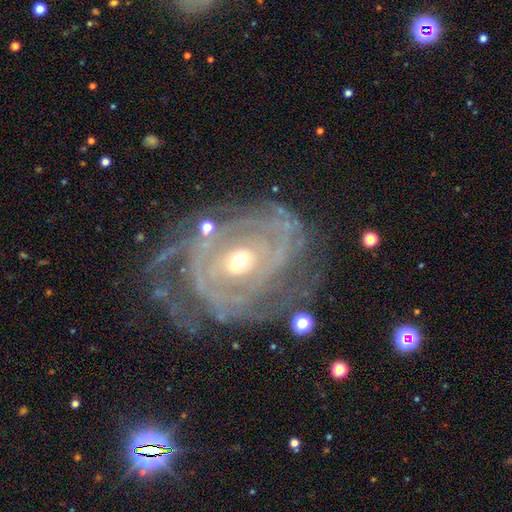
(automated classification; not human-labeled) Smooth or featured: featured or disk — 89% (star or artifact — 7%)
Edge-on disk: no — 97% (yes — 3%)
Bar: no — 43% (weak — 36%)
Spiral arms: yes — 96% (no — 4%)
Spiral winding: tight — 73% (medium — 22%)
Spiral arm count: can't tell — 29% (3 — 19%)
Bulge size: moderate — 51% (small — 45%)
Merging: none — 63% (minor disturbance — 20%)